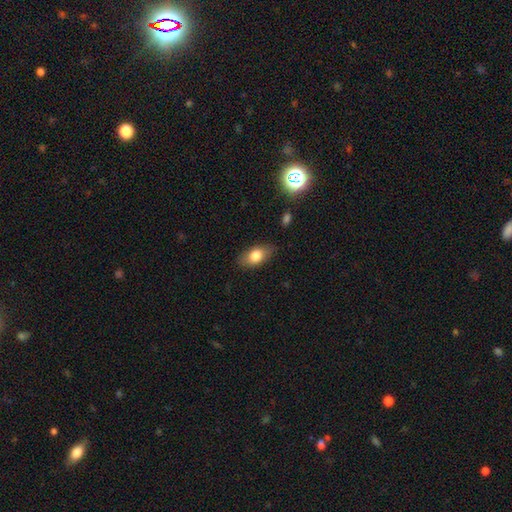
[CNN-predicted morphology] The model was most divided on "smooth or featured": smooth: 78%, featured or disk: 14%, star or artifact: 8%. More confident: how rounded — in between (88%); merging — none (83%).